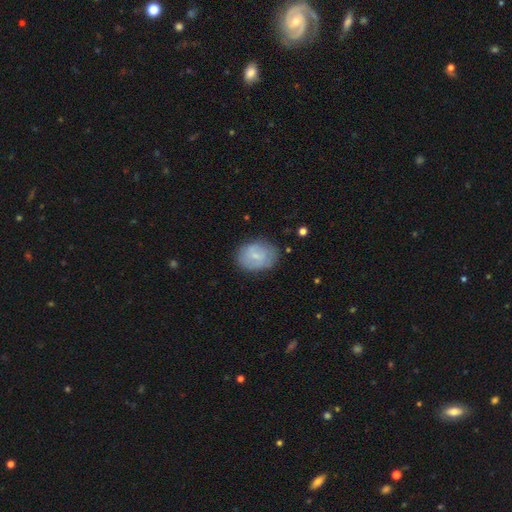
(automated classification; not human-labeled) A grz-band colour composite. It shows a smooth galaxy with no disk features (56%) that is in between round and cigar-shaped (75%). Merging: none (72%).